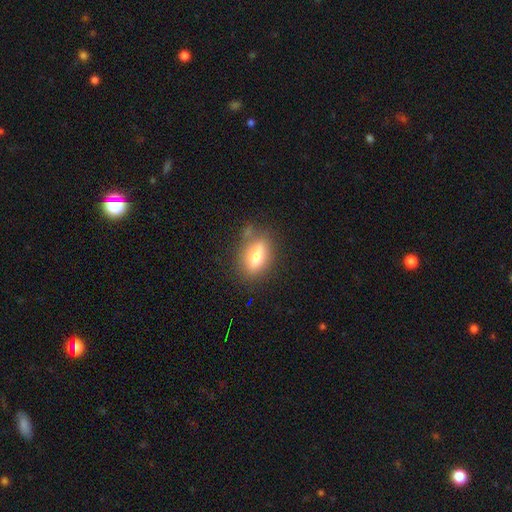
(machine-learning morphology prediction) A smooth galaxy with no disk features (69%) that is in between round and cigar-shaped (77%). Merging: none (66%).